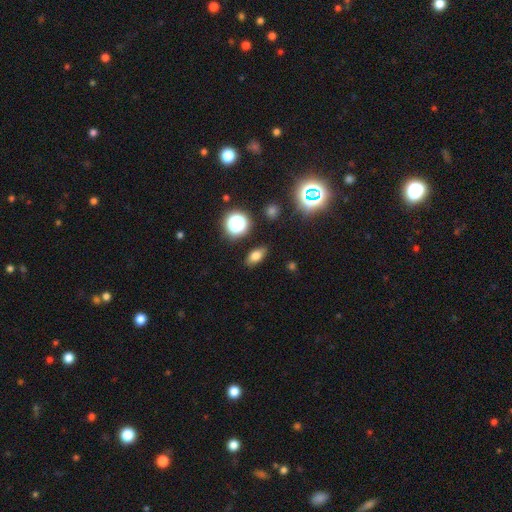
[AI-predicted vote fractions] Smooth or featured? Predicted: smooth (p=0.73). How rounded? Predicted: in between (p=0.79). Merging? Predicted: none (p=0.86).